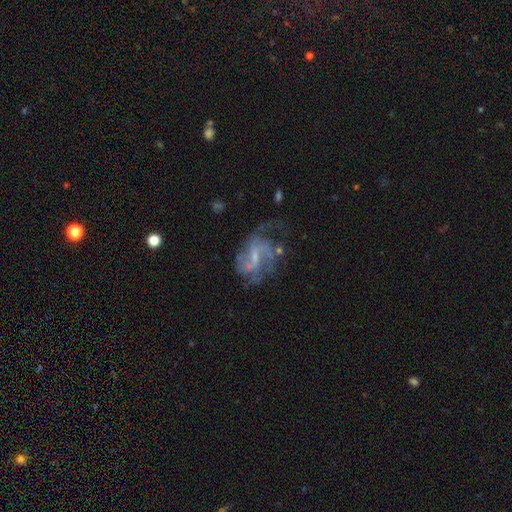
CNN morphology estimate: A featured or disk galaxy (76%) with a weak bar (53%), 2 (35%) medium (44%) spiral arms (78%) and a small central bulge (47%). Merging: none (39%).